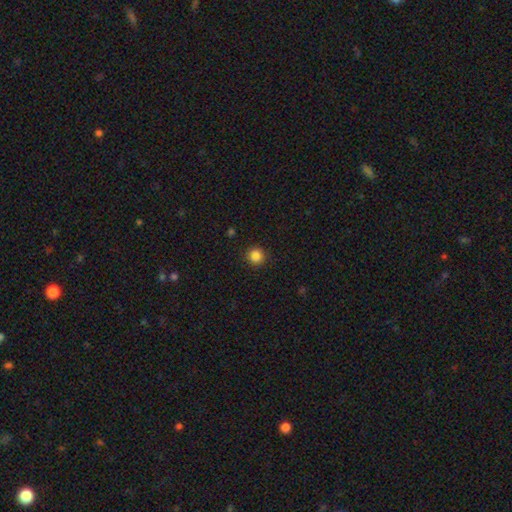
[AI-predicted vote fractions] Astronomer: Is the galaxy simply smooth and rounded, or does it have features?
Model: smooth — 85%.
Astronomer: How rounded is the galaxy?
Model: round — 95%.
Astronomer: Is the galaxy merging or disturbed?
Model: none — 92%.